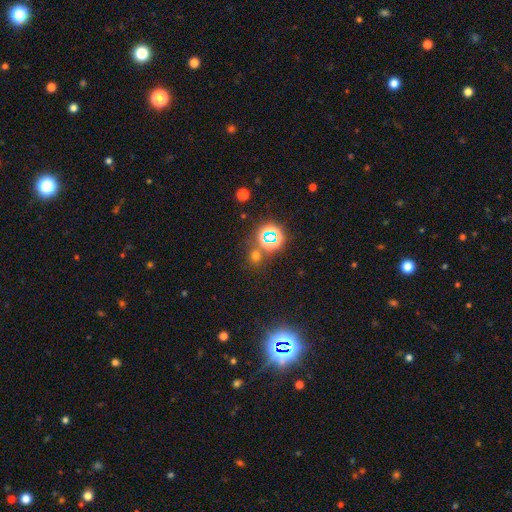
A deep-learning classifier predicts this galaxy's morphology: type=smooth (51%); roundness=round (81%); merging=none (74%).